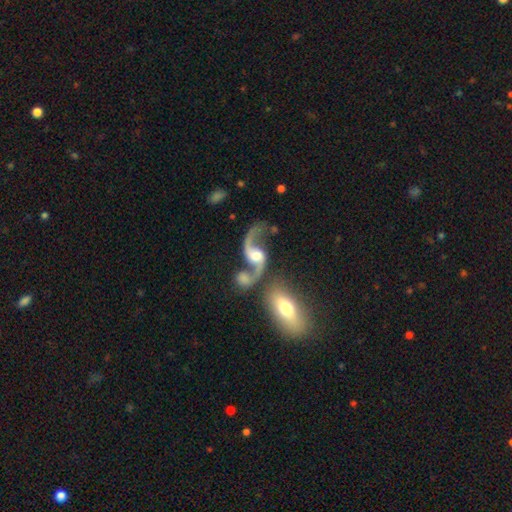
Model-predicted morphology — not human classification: A featured or disk galaxy (90%) with no bar (49%), 2 (93%) loose (85%) spiral arms (96%) and a moderate central bulge (58%). Merging: none (44%).